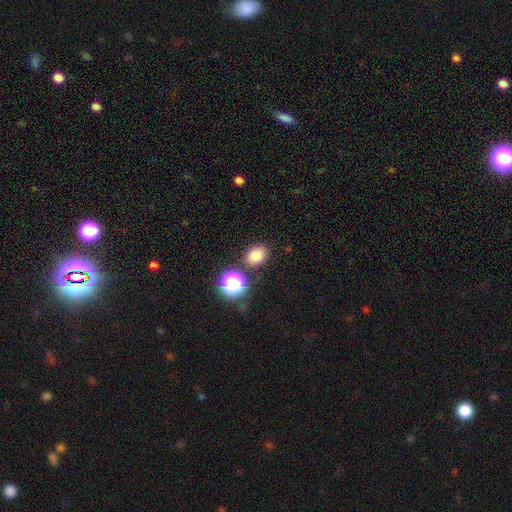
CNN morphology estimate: smooth-or-featured: smooth: 79% | star or artifact: 15% | featured or disk: 6%
  how-rounded: in between: 56% | round: 43% | cigar-shaped: 1%
  merging: none: 79% | minor disturbance: 11% | merger: 7% | major disturbance: 3%